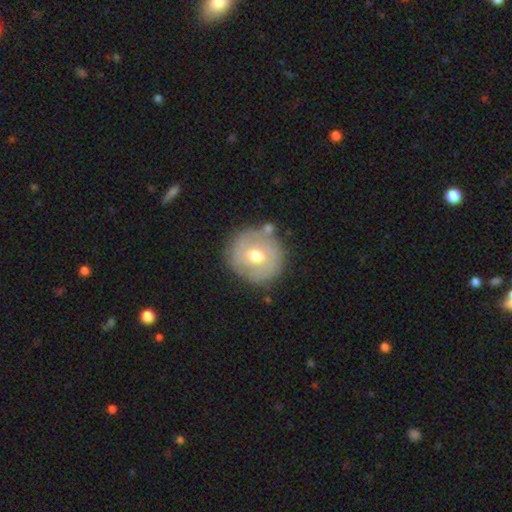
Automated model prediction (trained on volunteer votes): Smooth or featured: smooth — 49% (featured or disk — 44%)
Merging: none — 80% (minor disturbance — 12%)